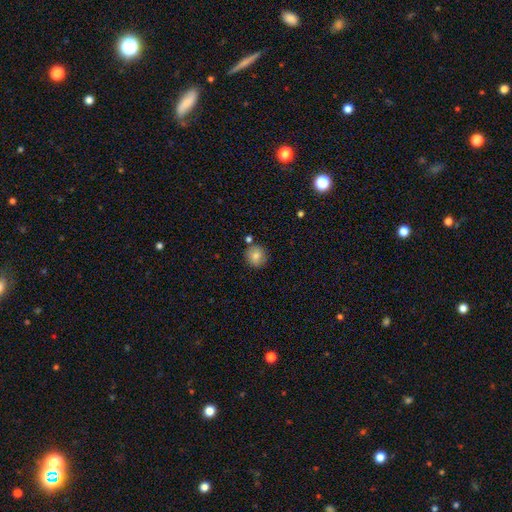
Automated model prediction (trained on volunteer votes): This appears to be a smooth galaxy with no disk features (80%) that is round (91%). Merging: none (80%).